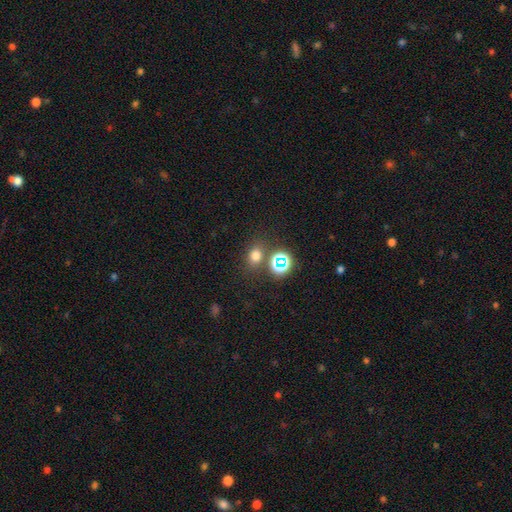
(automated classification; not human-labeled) smooth 69%, star or artifact 23%, featured or disk 7%. Down the decision tree: how rounded — round (57%); merging — none (74%).